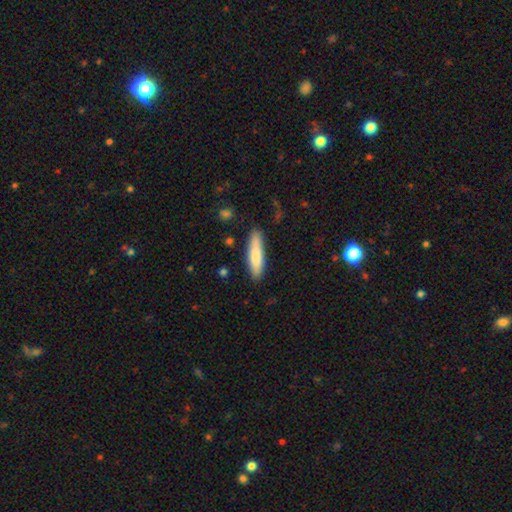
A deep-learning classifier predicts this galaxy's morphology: Smooth or featured: smooth — 82% (featured or disk — 13%)
How rounded: cigar-shaped — 77% (in between — 22%)
Merging: none — 85% (minor disturbance — 11%)